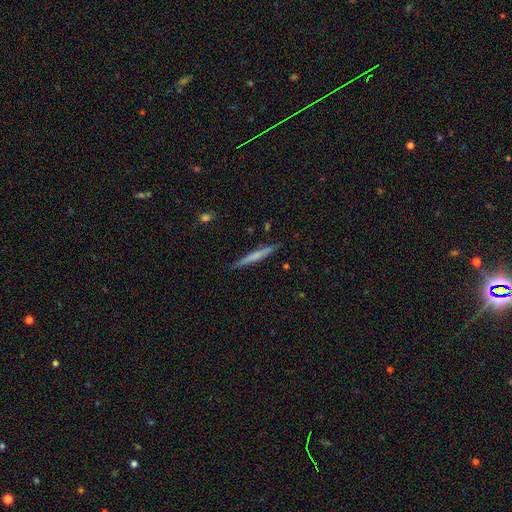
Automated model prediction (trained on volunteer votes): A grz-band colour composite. It shows a smooth galaxy with no disk features (52%) that is cigar-shaped (96%). Merging: none (88%).